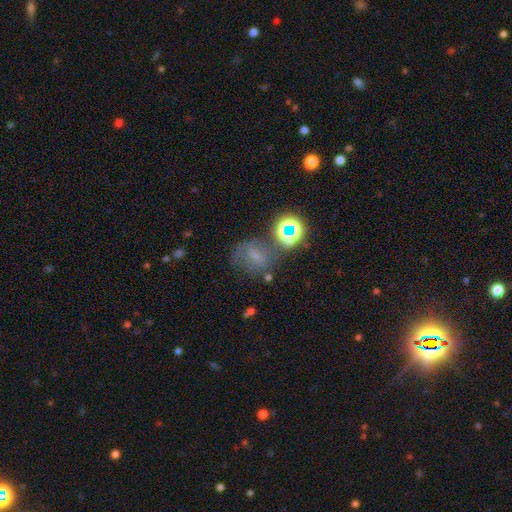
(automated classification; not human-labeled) A smooth galaxy with no disk features (42%).

Vote fractions:
- Smooth or featured? smooth: 42% / star or artifact: 30% / featured or disk: 28%
- Merging? none: 53% / minor disturbance: 22% / major disturbance: 15% / merger: 10%